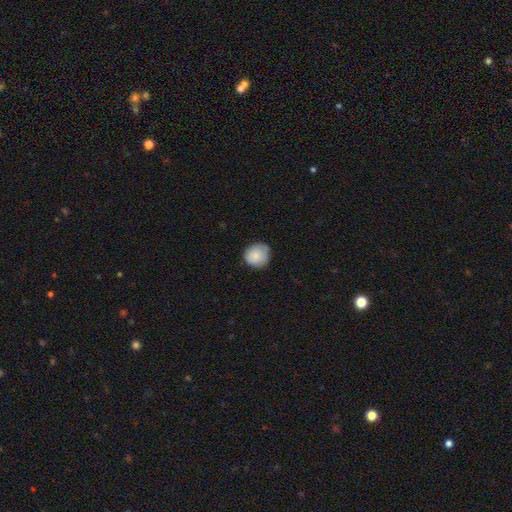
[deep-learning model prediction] Q: Smooth or featured?
A: smooth (85%); runner-up: star or artifact (8%)
Q: How rounded?
A: round (88%); runner-up: in between (11%)
Q: Merging?
A: none (74%); runner-up: minor disturbance (21%)